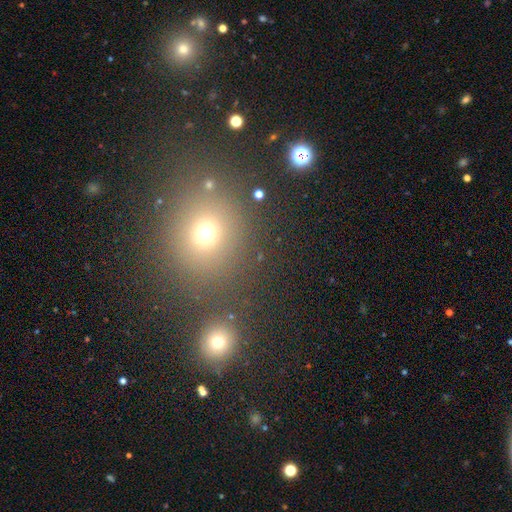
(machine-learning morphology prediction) Smooth or featured? smooth (53%)
How rounded? round (82%)
Merging? none (78%)